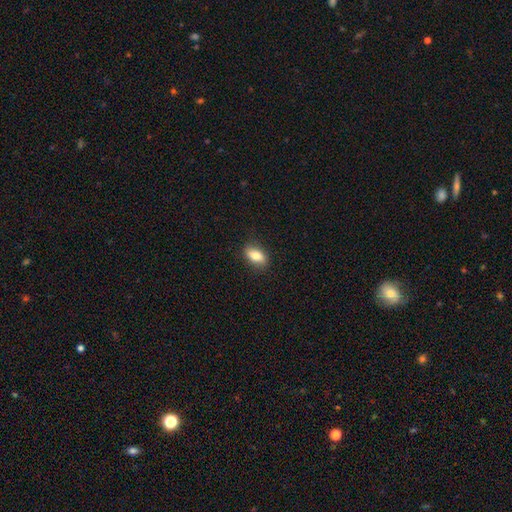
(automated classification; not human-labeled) smooth_or_featured: smooth (p=0.82) [alt: featured or disk p=0.11]
how_rounded: in between (p=0.86) [alt: round p=0.08]
merging: none (p=0.84) [alt: minor disturbance p=0.12]